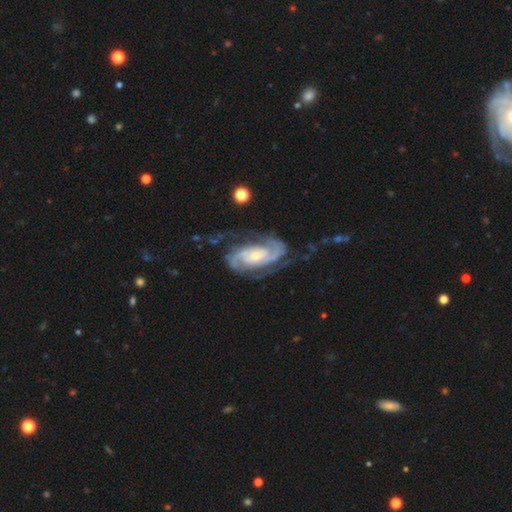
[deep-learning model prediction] Q: Smooth or featured?
A: featured or disk (92%); runner-up: star or artifact (4%)
Q: Edge-on disk?
A: no (97%); runner-up: yes (3%)
Q: Bar?
A: no (53%); runner-up: weak (32%)
Q: Spiral arms?
A: yes (98%); runner-up: no (2%)
Q: Spiral winding?
A: tight (50%); runner-up: medium (41%)
Q: Spiral arm count?
A: 2 (75%); runner-up: 3 (11%)
Q: Bulge size?
A: small (50%); runner-up: moderate (45%)
Q: Merging?
A: none (68%); runner-up: minor disturbance (19%)